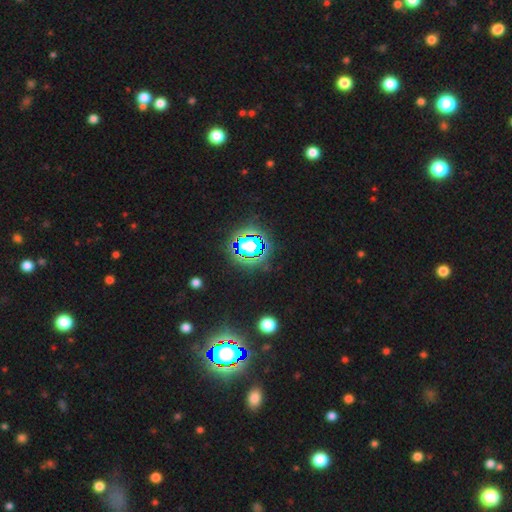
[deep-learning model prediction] This is clearly a star or artifact rather than a galaxy (82%).